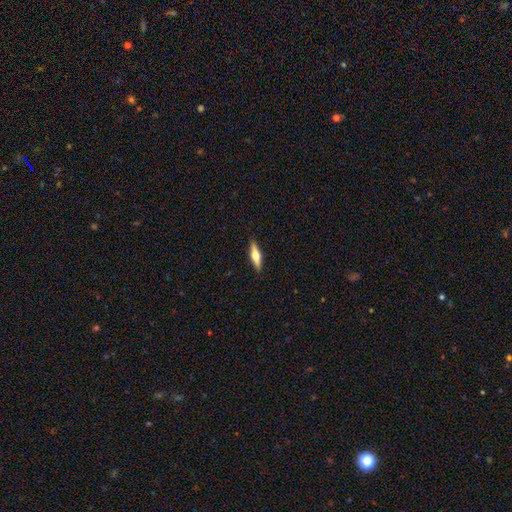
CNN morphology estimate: This is possibly a featured or disk galaxy (50%). Merging: clearly none (90%).